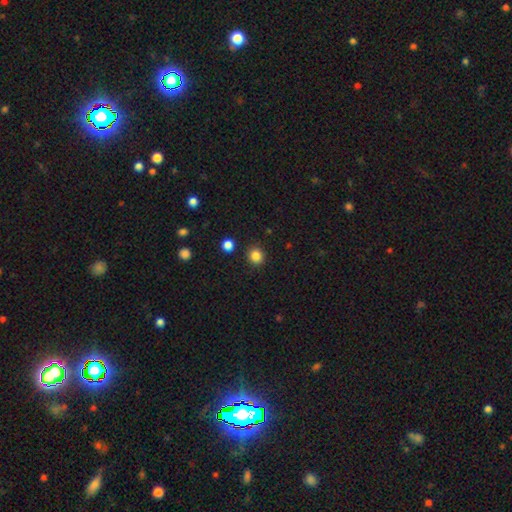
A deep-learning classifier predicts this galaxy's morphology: Smooth or featured? smooth (85%)
How rounded? round (86%)
Merging? none (90%)